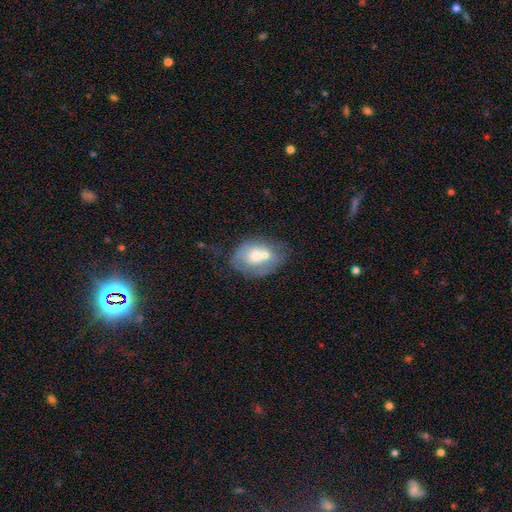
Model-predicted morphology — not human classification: This is possibly a smooth galaxy (53%). How rounded: likely in between (71%). Merging: possibly merger (47%).